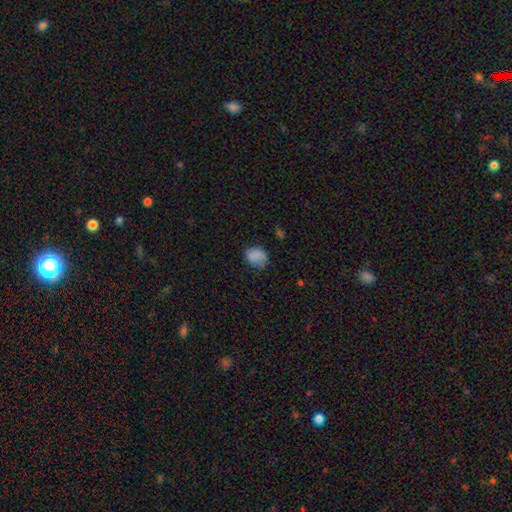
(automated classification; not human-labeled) This appears to be a smooth galaxy with no disk features (82%) that is in between round and cigar-shaped (50%). Merging: none (64%).